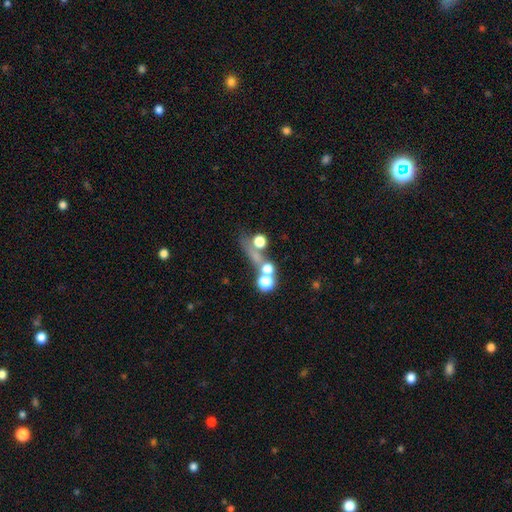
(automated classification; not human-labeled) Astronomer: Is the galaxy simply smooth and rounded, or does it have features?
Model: smooth — 42% (runner-up: star or artifact, 31%).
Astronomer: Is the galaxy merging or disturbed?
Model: none — 45% (runner-up: merger, 34%).